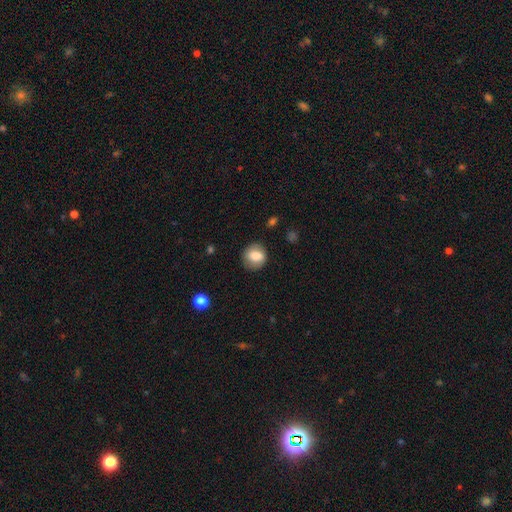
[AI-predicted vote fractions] Smooth or featured? Predicted: smooth (p=0.77). How rounded? Predicted: round (p=0.72). Merging? Predicted: none (p=0.81).